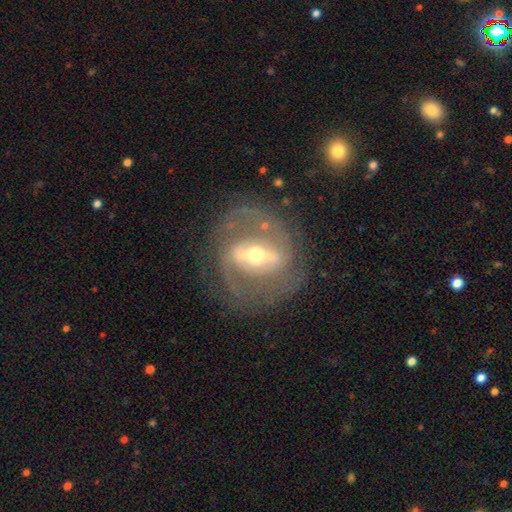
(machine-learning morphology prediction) This is clearly a featured or disk galaxy (83%). It is clearly not viewed edge-on (92%). Bar: likely strong (65%). Spiral arm pattern: likely yes (76%). Spiral arm count: likely 2 (74%). Spiral winding: marginally medium (44%). Central bulge: likely moderate (63%). Merging: likely none (75%).